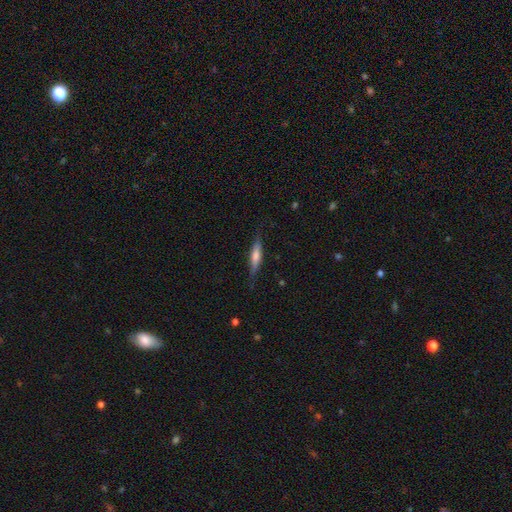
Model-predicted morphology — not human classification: Smooth or featured? Predicted: smooth (p=0.55). How rounded? Predicted: cigar-shaped (p=0.83). Merging? Predicted: none (p=0.81).